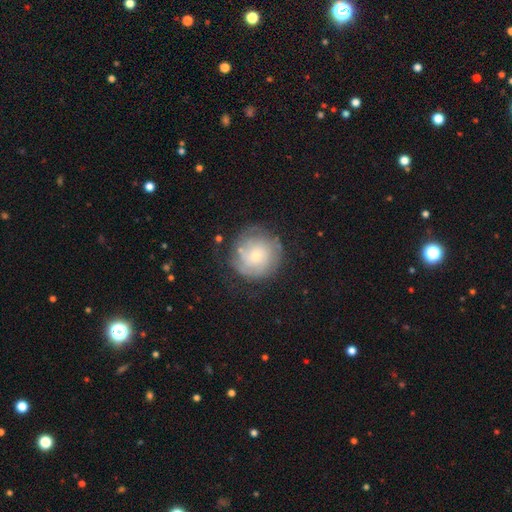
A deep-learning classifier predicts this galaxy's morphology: type=featured or disk (50%); merging=none (67%).